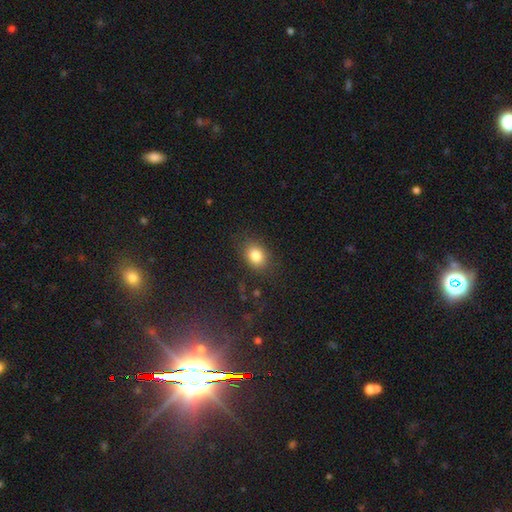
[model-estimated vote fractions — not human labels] Smooth or featured? smooth (83%)
How rounded? in between (60%)
Merging? none (81%)